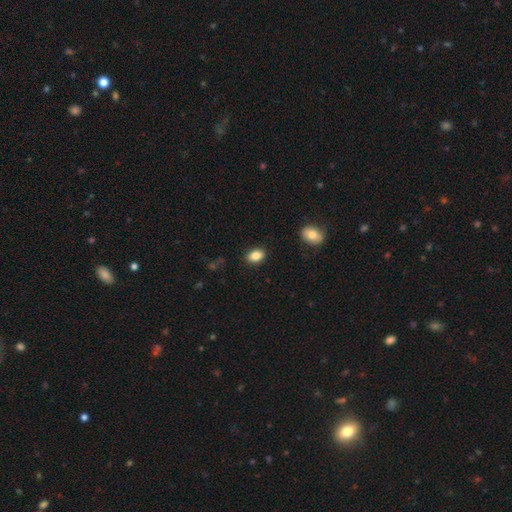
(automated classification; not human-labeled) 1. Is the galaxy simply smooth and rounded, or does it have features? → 85% smooth, 9% star or artifact, 6% featured or disk.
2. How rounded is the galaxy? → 83% in between, 16% round, 1% cigar-shaped.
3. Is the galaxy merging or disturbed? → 88% none, 9% minor disturbance, 2% major disturbance, 1% merger.